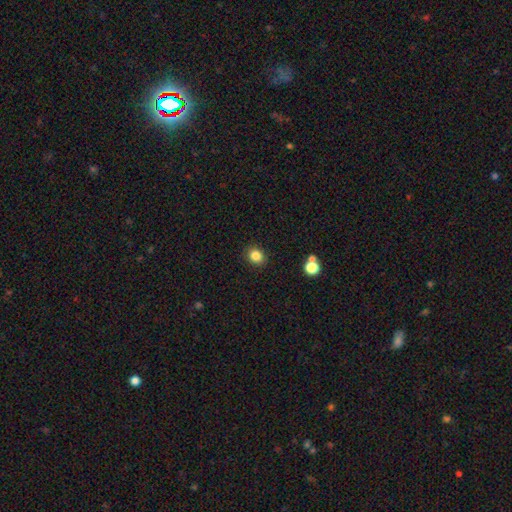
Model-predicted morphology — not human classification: This appears to be a smooth galaxy with no disk features (84%) that is round (64%). Merging: none (89%).